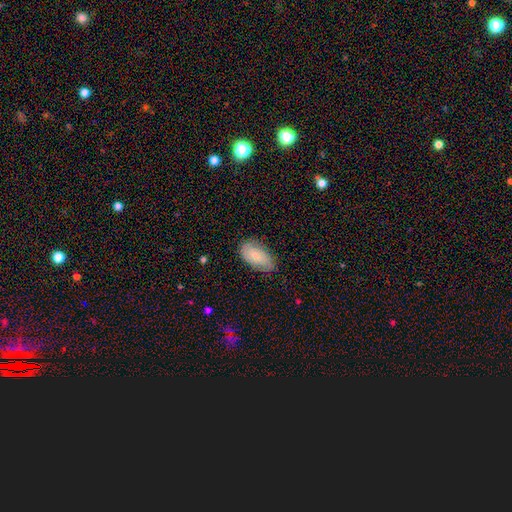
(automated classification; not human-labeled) smooth-or-featured: smooth: 74% | featured or disk: 20% | star or artifact: 6%
  how-rounded: in between: 94% | round: 3% | cigar-shaped: 3%
  merging: none: 75% | minor disturbance: 20% | major disturbance: 4% | merger: 1%